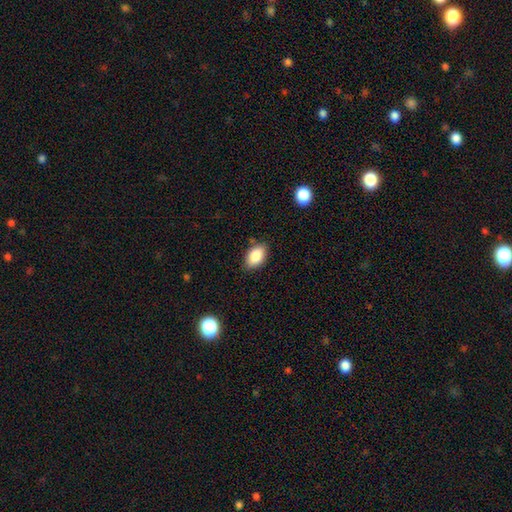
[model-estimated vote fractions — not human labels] Q: Smooth or featured?
A: smooth (86%); runner-up: star or artifact (8%)
Q: How rounded?
A: in between (90%); runner-up: round (8%)
Q: Merging?
A: none (82%); runner-up: minor disturbance (13%)